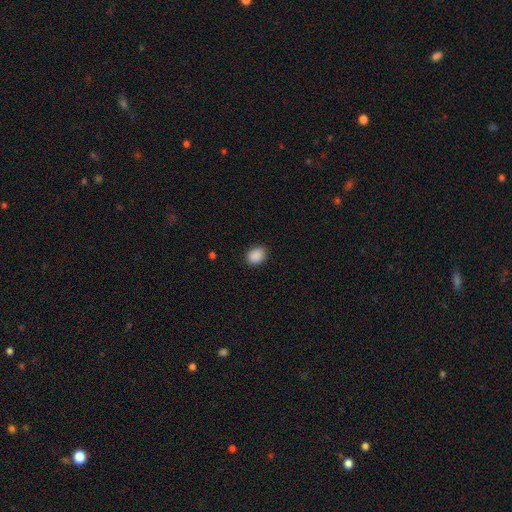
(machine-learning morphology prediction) Q: Smooth or featured?
A: smooth (89%); runner-up: star or artifact (8%)
Q: How rounded?
A: in between (59%); runner-up: round (40%)
Q: Merging?
A: none (88%); runner-up: minor disturbance (9%)